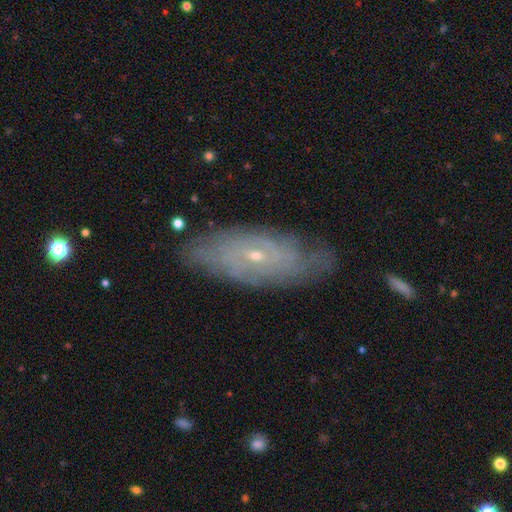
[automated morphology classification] The model was most divided on "spiral winding": tight: 66%, medium: 25%, loose: 9%. More confident: edge-on disk — no (85%); spiral arms — yes (83%); bulge size — small (77%); merging — none (76%); smooth or featured — featured or disk (72%); bar — no (69%); spiral arm count — can't tell (61%).